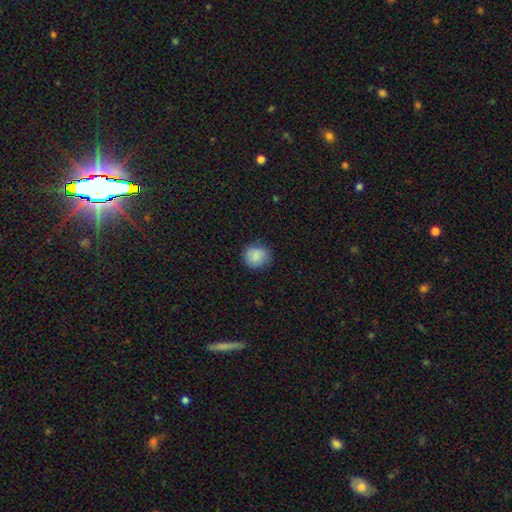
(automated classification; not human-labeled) Smooth or featured: smooth — 87% (star or artifact — 8%)
How rounded: round — 85% (in between — 14%)
Merging: none — 83% (minor disturbance — 13%)